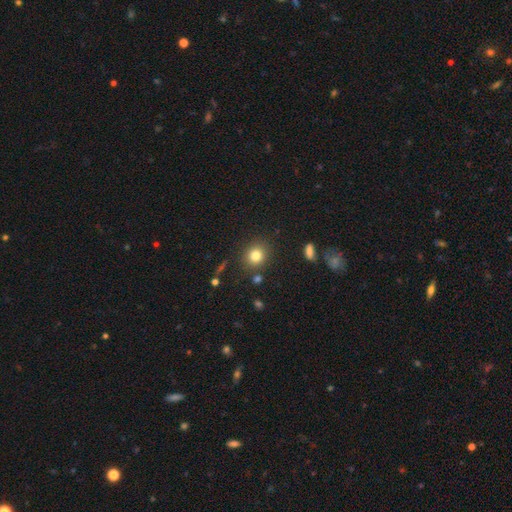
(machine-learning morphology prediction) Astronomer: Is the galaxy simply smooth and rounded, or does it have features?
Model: smooth — 81%.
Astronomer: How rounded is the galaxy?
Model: round — 82%.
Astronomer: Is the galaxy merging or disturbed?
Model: none — 85%.